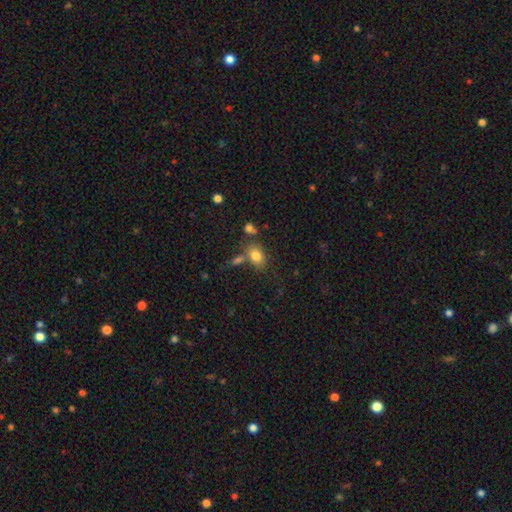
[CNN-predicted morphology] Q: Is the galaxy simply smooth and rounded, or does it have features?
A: smooth — 80%.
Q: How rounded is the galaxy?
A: in between — 76%.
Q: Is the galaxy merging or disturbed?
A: none — 62%.